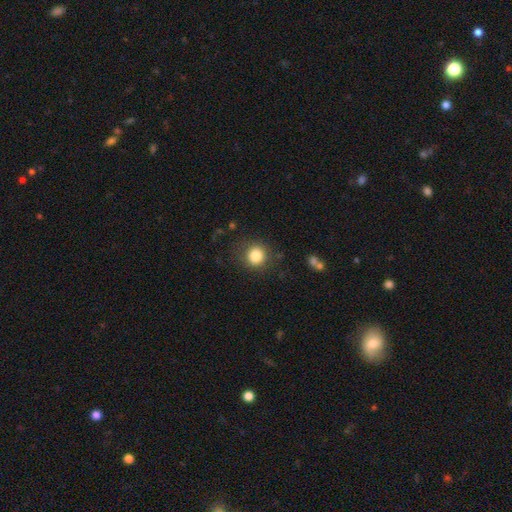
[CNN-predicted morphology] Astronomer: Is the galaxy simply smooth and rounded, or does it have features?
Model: smooth — 83%.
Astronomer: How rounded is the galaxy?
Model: round — 90%.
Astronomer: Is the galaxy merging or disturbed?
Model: none — 83%.